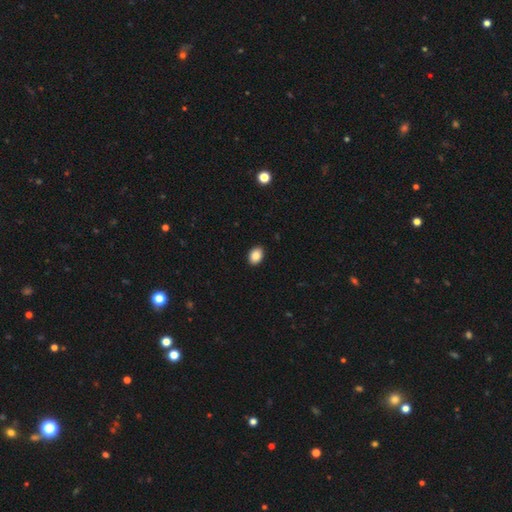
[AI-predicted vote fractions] Morphology: type=smooth (89%); roundness=in between (80%); merging=none (90%).